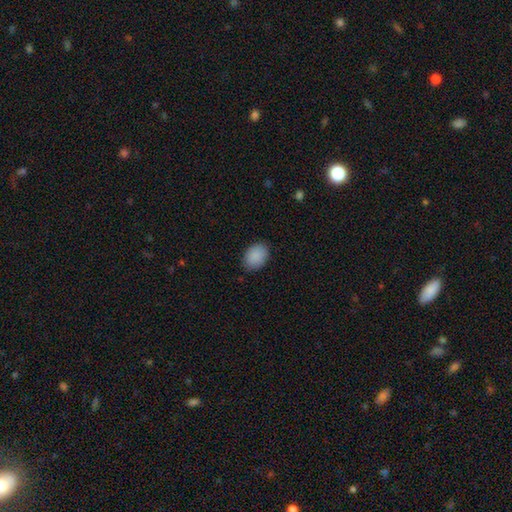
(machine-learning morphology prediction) The model was most divided on "how rounded": in between: 75%, round: 24%, cigar-shaped: 1%. More confident: smooth or featured — smooth (90%); merging — none (85%).